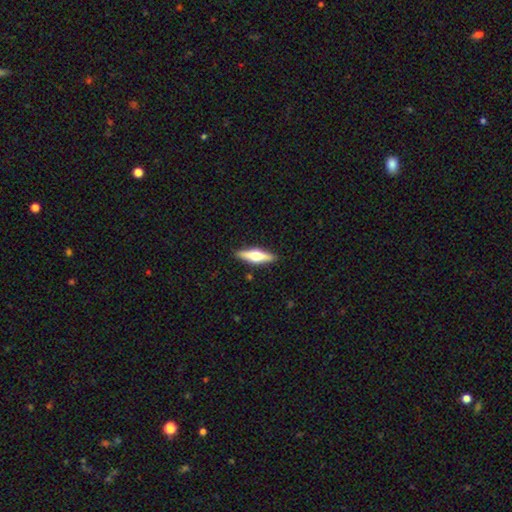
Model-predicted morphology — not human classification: Smooth or featured?
  - featured or disk: 55% *
  - smooth: 39%
  - star or artifact: 5%
Edge-on disk?
  - yes: 94% *
  - no: 6%
Edge-on bulge?
  - rounded: 95% *
  - boxy: 3%
  - none: 2%
Merging?
  - none: 90% *
  - minor disturbance: 7%
  - major disturbance: 2%
  - merger: 1%